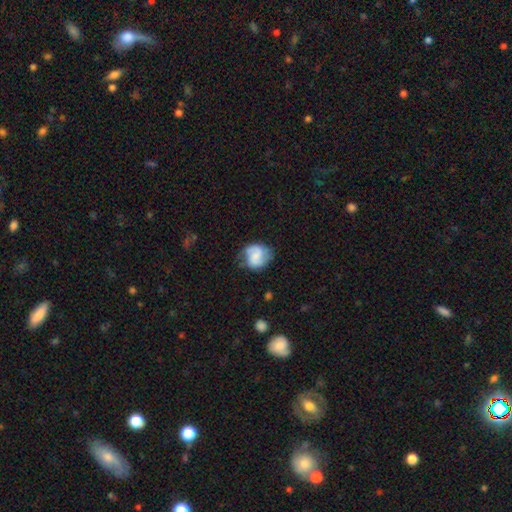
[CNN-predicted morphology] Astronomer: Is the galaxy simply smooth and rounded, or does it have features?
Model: featured or disk — 67%.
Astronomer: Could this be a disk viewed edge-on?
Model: no — 98%.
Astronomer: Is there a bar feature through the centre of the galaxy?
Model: weak — 47% (runner-up: no, 36%).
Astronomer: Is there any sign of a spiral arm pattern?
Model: yes — 93%.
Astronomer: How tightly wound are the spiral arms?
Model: medium — 47% (runner-up: loose, 30%).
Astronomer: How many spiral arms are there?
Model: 2 — 87%.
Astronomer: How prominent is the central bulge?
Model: small — 44% (runner-up: moderate, 27%).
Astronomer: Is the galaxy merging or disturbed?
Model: none — 70%.